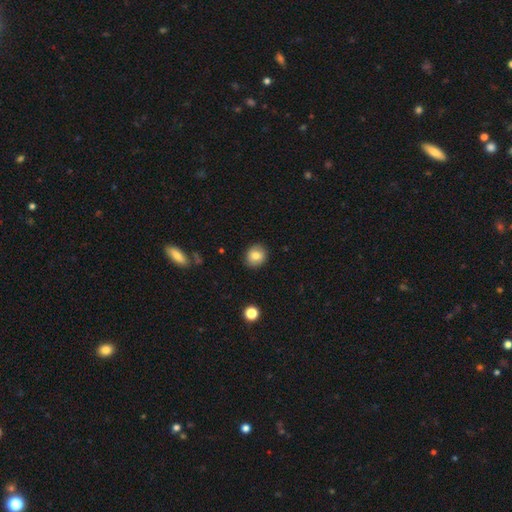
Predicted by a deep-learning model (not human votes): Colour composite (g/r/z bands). It shows a smooth galaxy with no disk features (81%) that is round (78%). Merging: none (89%).